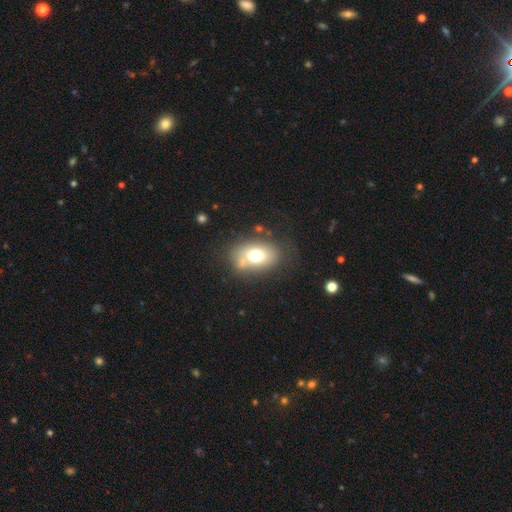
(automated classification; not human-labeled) Overall: smooth (69%). How rounded: in between (74%). Merging: none (65%).